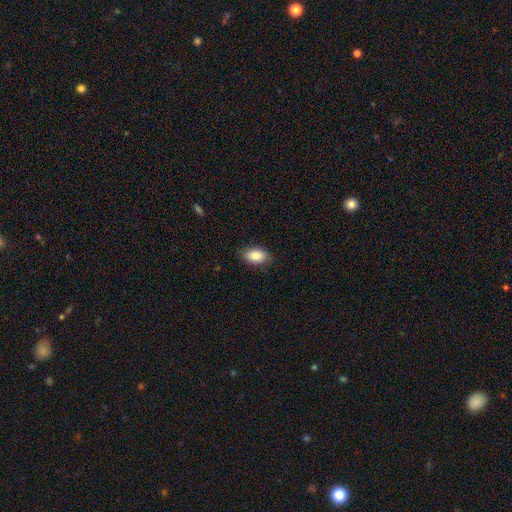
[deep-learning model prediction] Smooth or featured?
  - smooth: 85% *
  - featured or disk: 8%
  - star or artifact: 7%
How rounded?
  - in between: 91% *
  - round: 7%
  - cigar-shaped: 2%
Merging?
  - none: 85% *
  - minor disturbance: 12%
  - major disturbance: 2%
  - merger: 1%